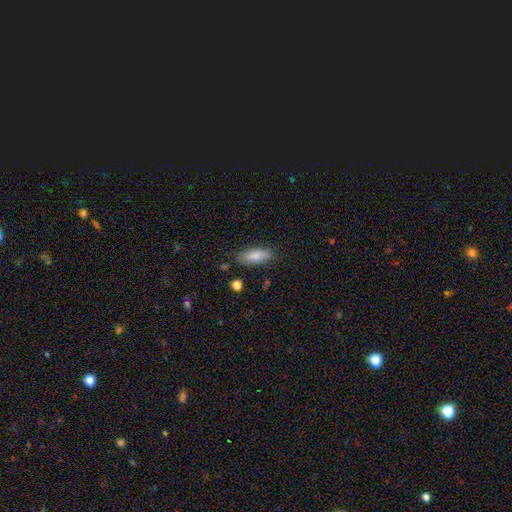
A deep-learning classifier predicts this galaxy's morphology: Overall: smooth (84%). How rounded: in between (77%). Merging: none (80%).